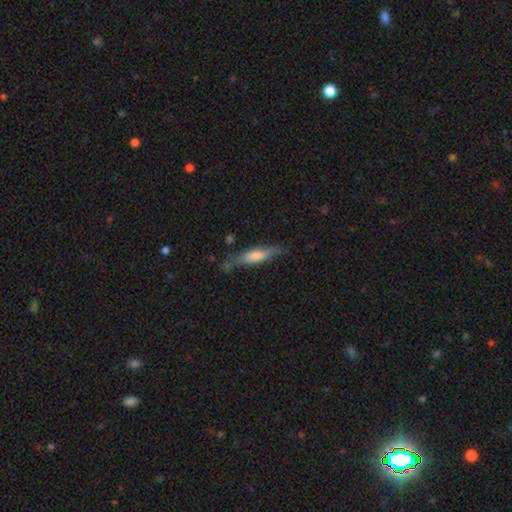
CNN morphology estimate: A smooth galaxy with no disk features (60%) that is cigar-shaped (76%). Merging: none (63%).